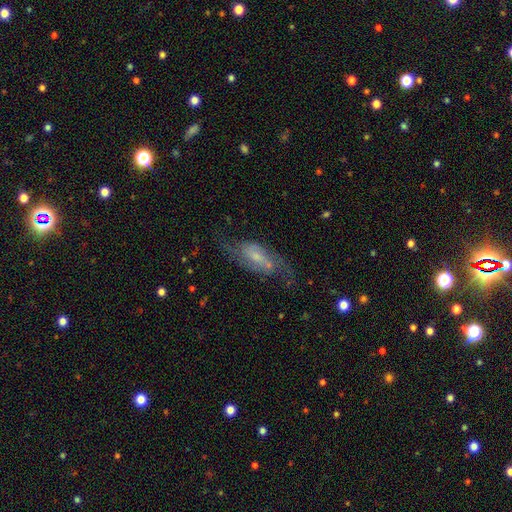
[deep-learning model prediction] smooth_or_featured: featured or disk (p=0.73) [alt: smooth p=0.19]
disk_edge_on: no (p=0.90) [alt: yes p=0.10]
bar: weak (p=0.46) [alt: no p=0.40]
has_spiral_arms: yes (p=0.89) [alt: no p=0.11]
spiral_winding: loose (p=0.46) [alt: medium p=0.41]
spiral_arm_count: 2 (p=0.84) [alt: can't tell p=0.08]
bulge_size: small (p=0.51) [alt: moderate p=0.28]
merging: none (p=0.59) [alt: minor disturbance p=0.20]